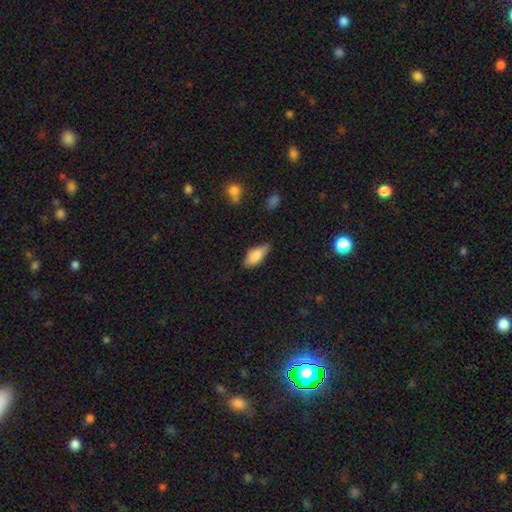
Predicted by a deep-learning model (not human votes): Morphology: type=smooth (81%); roundness=in between (81%); merging=none (66%).